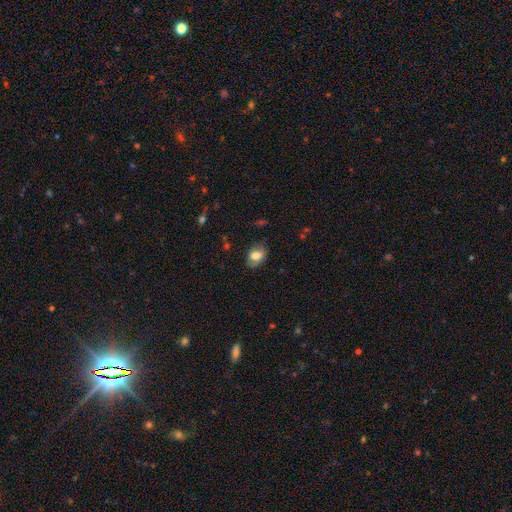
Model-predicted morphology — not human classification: smooth_or_featured: smooth (p=0.73) [alt: featured or disk p=0.19]
how_rounded: in between (p=0.84) [alt: round p=0.15]
merging: none (p=0.73) [alt: minor disturbance p=0.20]